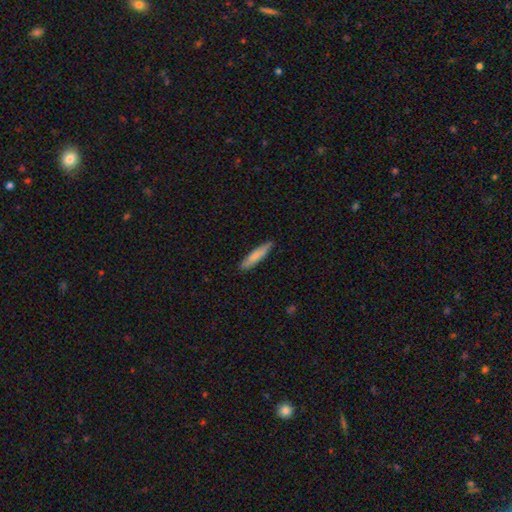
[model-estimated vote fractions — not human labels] smooth_or_featured: smooth (p=0.80) [alt: featured or disk p=0.15]
how_rounded: cigar-shaped (p=0.87) [alt: in between p=0.12]
merging: none (p=0.86) [alt: minor disturbance p=0.11]